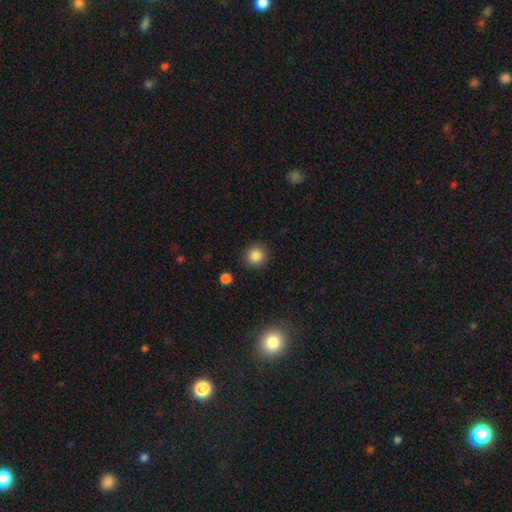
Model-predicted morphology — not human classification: Overall: smooth (85%). How rounded: round (90%). Merging: none (90%).